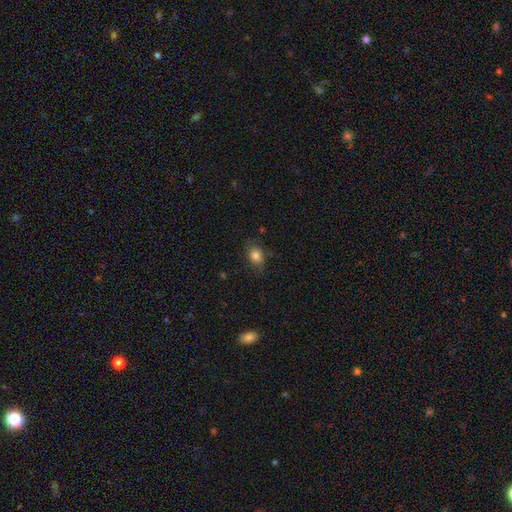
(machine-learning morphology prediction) Smooth or featured? smooth (77%)
How rounded? in between (65%)
Merging? none (72%)